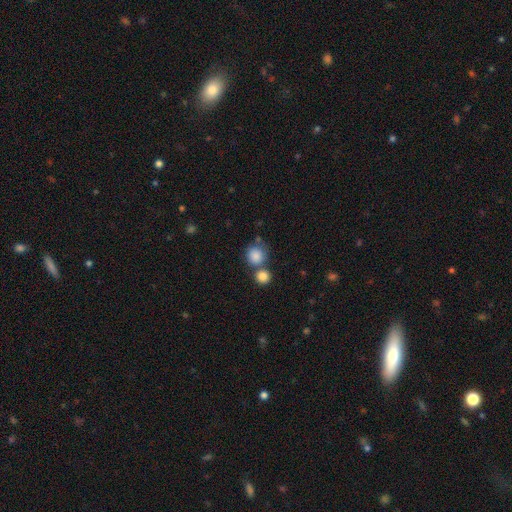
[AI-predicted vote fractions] A smooth galaxy with no disk features (85%) that is round (89%). Merging: none (51%).